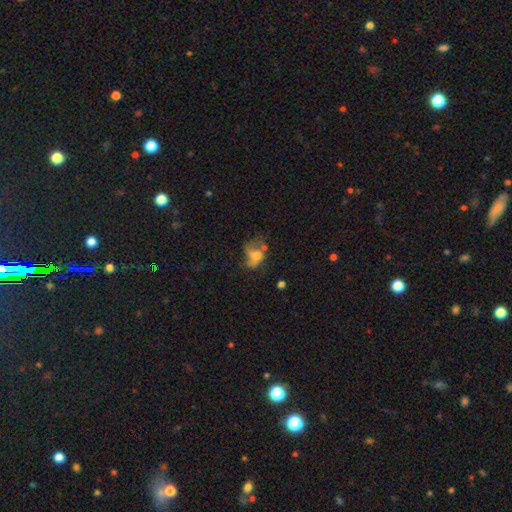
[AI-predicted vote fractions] This appears to be a smooth galaxy with no disk features (45%). Merging: major disturbance (38%).